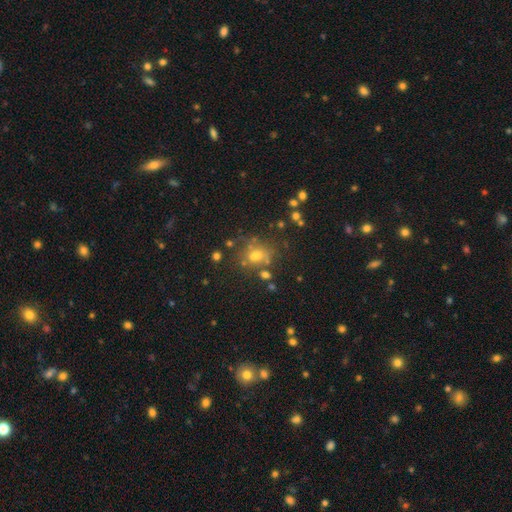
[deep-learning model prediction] This is possibly a smooth galaxy (52%). How rounded: possibly round (53%). Merging: possibly none (59%).